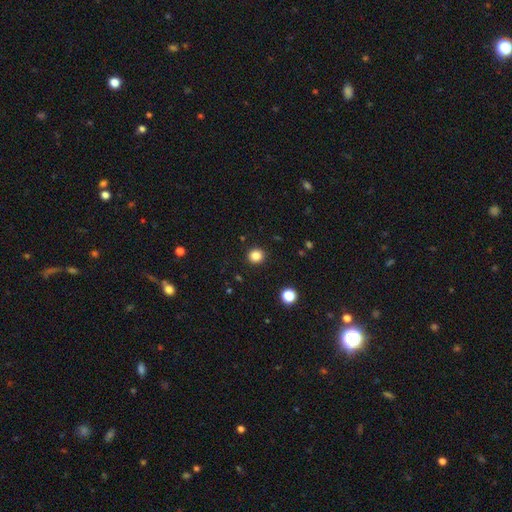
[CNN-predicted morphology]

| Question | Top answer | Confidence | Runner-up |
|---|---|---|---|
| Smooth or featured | smooth | 84% | star or artifact (12%) |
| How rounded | round | 90% | in between (9%) |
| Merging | none | 92% | minor disturbance (5%) |